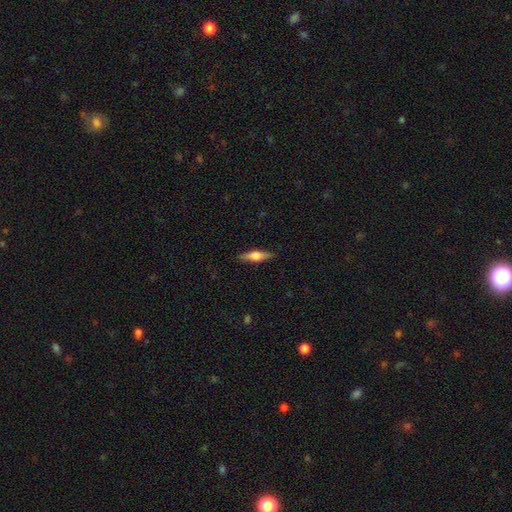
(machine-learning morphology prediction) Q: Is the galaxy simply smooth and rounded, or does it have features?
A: smooth — 48%.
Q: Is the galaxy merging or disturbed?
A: none — 89%.